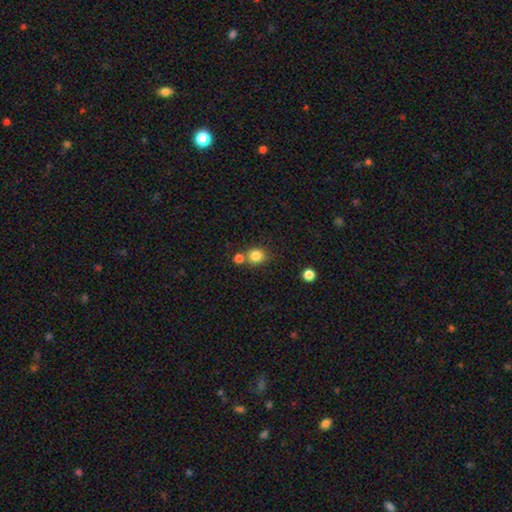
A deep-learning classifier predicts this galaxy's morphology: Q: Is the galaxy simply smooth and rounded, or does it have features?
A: smooth — 84%.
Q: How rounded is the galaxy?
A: round — 82%.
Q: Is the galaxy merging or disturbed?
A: none — 64%.